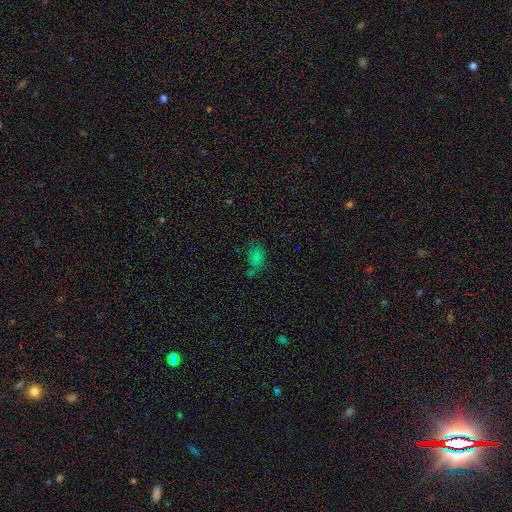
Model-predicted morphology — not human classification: Smooth or featured? Predicted: smooth (p=0.64). How rounded? Predicted: in between (p=0.85). Merging? Predicted: none (p=0.64).